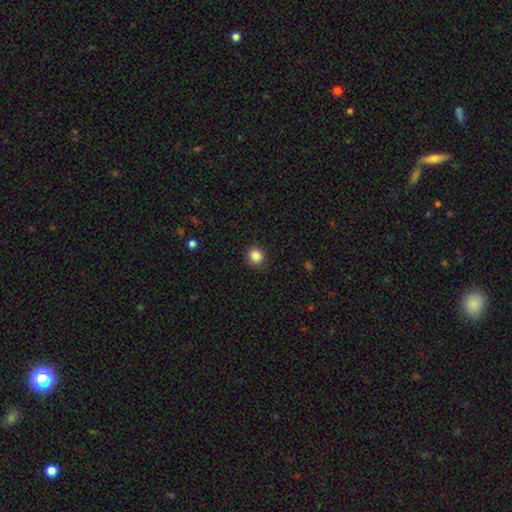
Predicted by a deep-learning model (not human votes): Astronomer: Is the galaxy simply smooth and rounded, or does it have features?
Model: smooth — 86%.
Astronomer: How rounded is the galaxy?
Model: round — 90%.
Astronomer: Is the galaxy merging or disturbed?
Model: none — 89%.